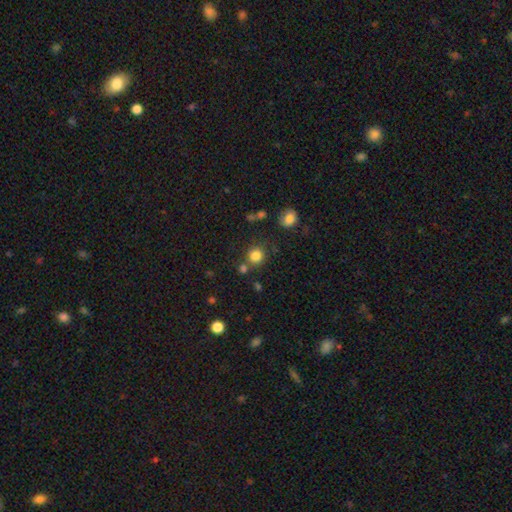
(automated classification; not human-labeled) smooth_or_featured: smooth (p=0.82) [alt: star or artifact p=0.13]
how_rounded: round (p=0.89) [alt: in between p=0.10]
merging: none (p=0.74) [alt: merger p=0.13]